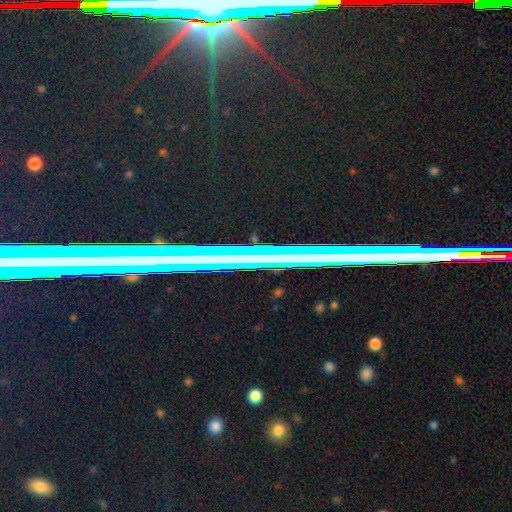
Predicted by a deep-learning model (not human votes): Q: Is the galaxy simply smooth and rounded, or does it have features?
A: star or artifact — 68%.